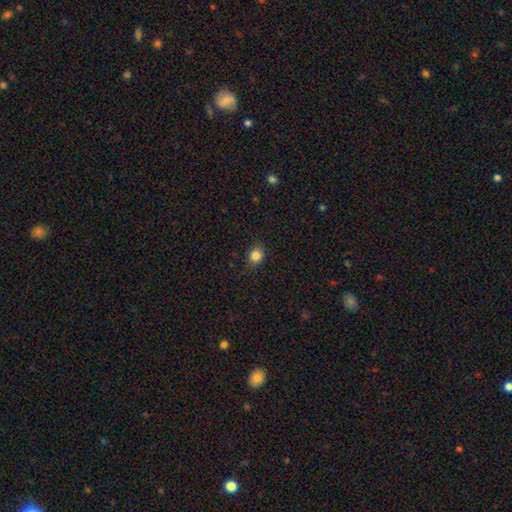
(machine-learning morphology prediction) Smooth or featured? smooth (84%)
How rounded? round (65%)
Merging? none (86%)